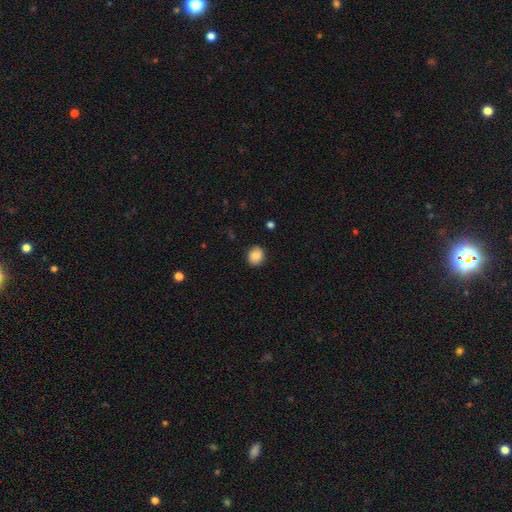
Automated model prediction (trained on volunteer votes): Morphology: type=smooth (87%); roundness=round (68%); merging=none (87%).